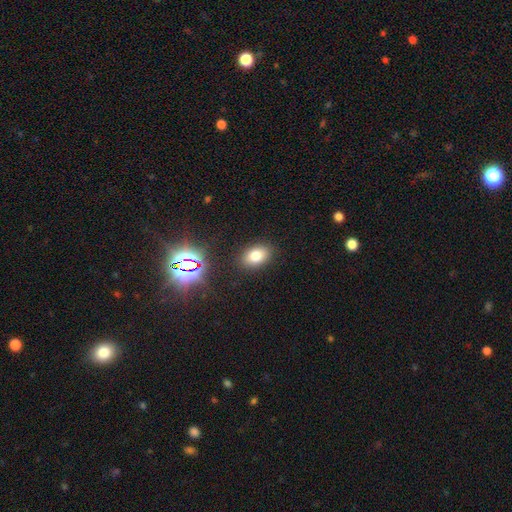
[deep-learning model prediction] Q: Smooth or featured?
A: smooth (77%); runner-up: star or artifact (14%)
Q: How rounded?
A: in between (85%); runner-up: round (14%)
Q: Merging?
A: none (87%); runner-up: minor disturbance (9%)